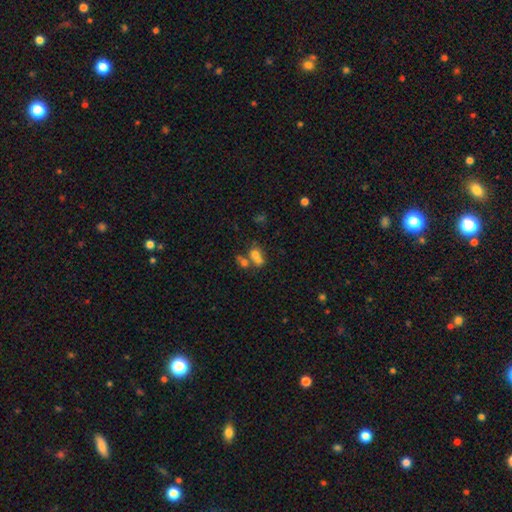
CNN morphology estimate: Q: Smooth or featured?
A: smooth (64%); runner-up: featured or disk (21%)
Q: How rounded?
A: in between (53%); runner-up: round (45%)
Q: Merging?
A: merger (63%); runner-up: none (25%)